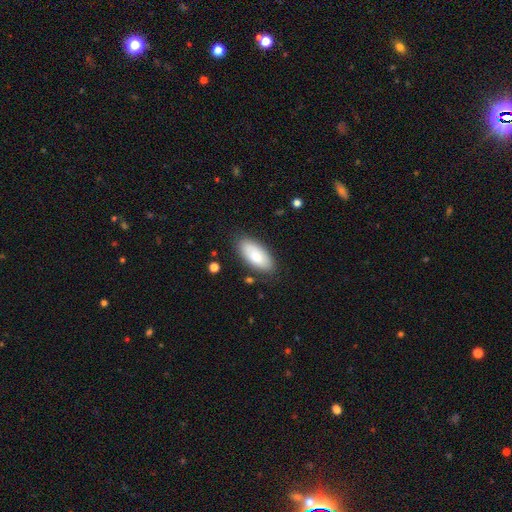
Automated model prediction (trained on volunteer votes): Morphology: type=smooth (79%); roundness=in between (89%); merging=none (82%).